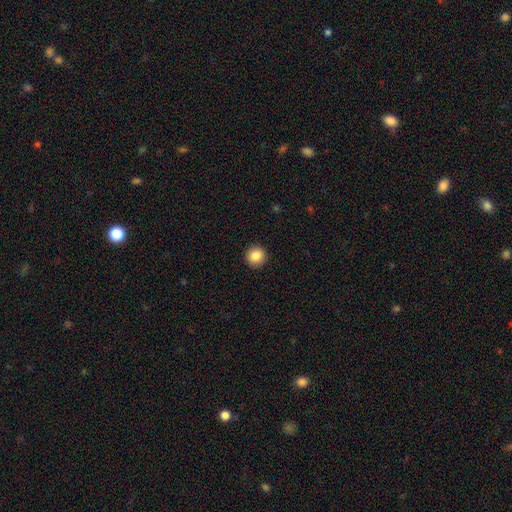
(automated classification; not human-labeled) The model was most divided on "smooth or featured": smooth: 86%, star or artifact: 9%, featured or disk: 5%. More confident: how rounded — round (94%); merging — none (93%).